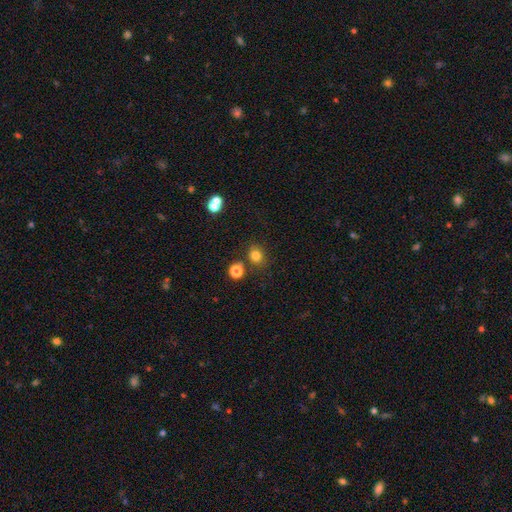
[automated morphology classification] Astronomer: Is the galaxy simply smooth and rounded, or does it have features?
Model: smooth — 79%.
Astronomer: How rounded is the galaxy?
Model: round — 75%.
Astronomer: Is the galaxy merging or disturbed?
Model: none — 78%.